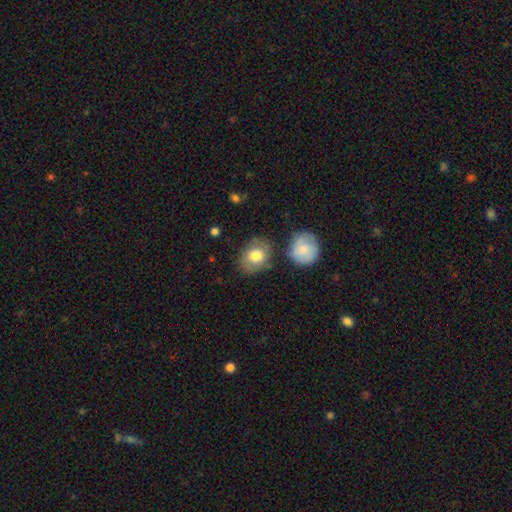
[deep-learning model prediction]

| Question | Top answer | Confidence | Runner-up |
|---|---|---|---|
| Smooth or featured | smooth | 78% | featured or disk (15%) |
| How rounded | in between | 58% | round (41%) |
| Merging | none | 70% | minor disturbance (18%) |